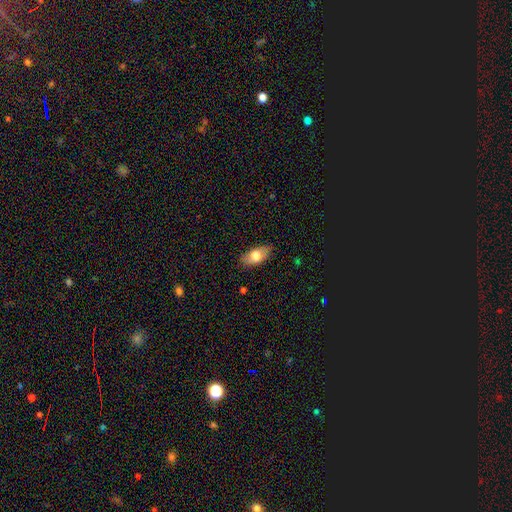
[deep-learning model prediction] smooth-or-featured: smooth: 73% | featured or disk: 20% | star or artifact: 7%
  how-rounded: in between: 88% | cigar-shaped: 7% | round: 5%
  merging: none: 83% | minor disturbance: 13% | major disturbance: 3% | merger: 1%